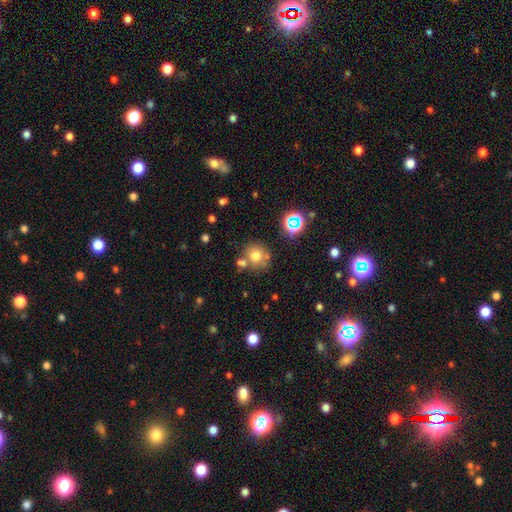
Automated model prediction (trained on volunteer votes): This appears to be a smooth galaxy with no disk features (70%) that is round (86%). Merging: none (64%).